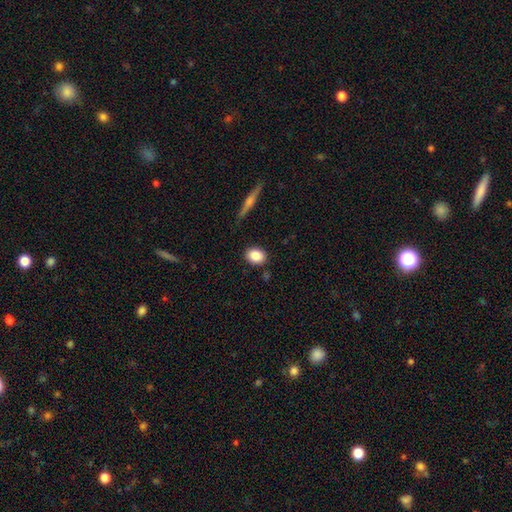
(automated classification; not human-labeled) A smooth galaxy with no disk features (85%) that is in between round and cigar-shaped (58%).

Vote fractions:
- Smooth or featured? smooth: 85% / star or artifact: 8% / featured or disk: 7%
- How rounded? in between: 58% / round: 40% / cigar-shaped: 2%
- Merging? none: 87% / minor disturbance: 9% / merger: 2% / major disturbance: 2%